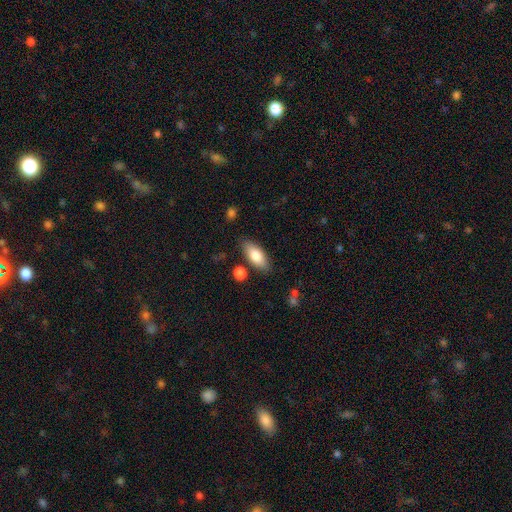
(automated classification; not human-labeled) Smooth or featured: smooth — 80% (featured or disk — 14%)
How rounded: in between — 83% (cigar-shaped — 15%)
Merging: none — 82% (minor disturbance — 11%)